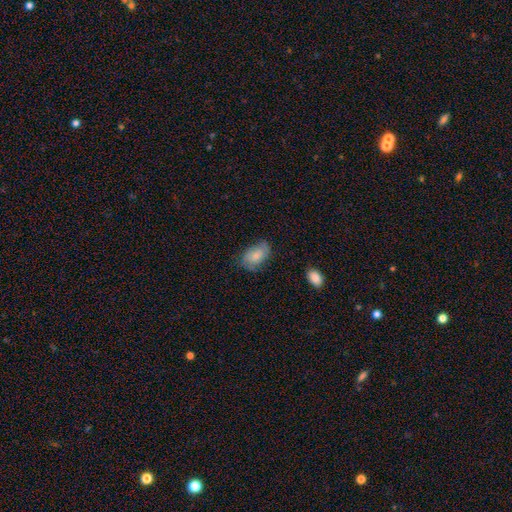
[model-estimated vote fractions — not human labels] smooth 73%, featured or disk 20%, star or artifact 7%. Down the decision tree: how rounded — in between (90%); merging — none (63%).